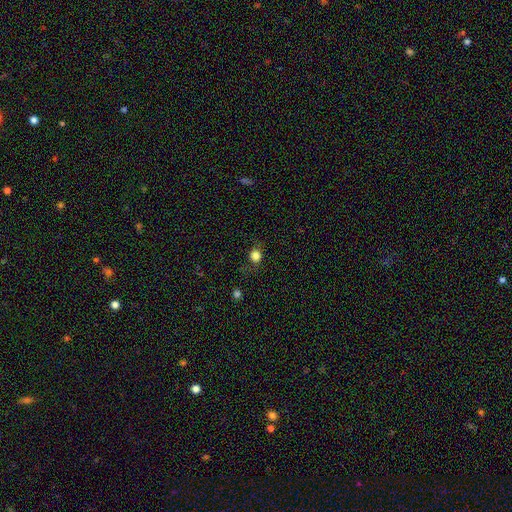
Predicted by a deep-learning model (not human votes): smooth-or-featured: smooth: 81% | star or artifact: 13% | featured or disk: 6%
  how-rounded: round: 80% | in between: 19% | cigar-shaped: 1%
  merging: none: 76% | minor disturbance: 15% | major disturbance: 7% | merger: 2%